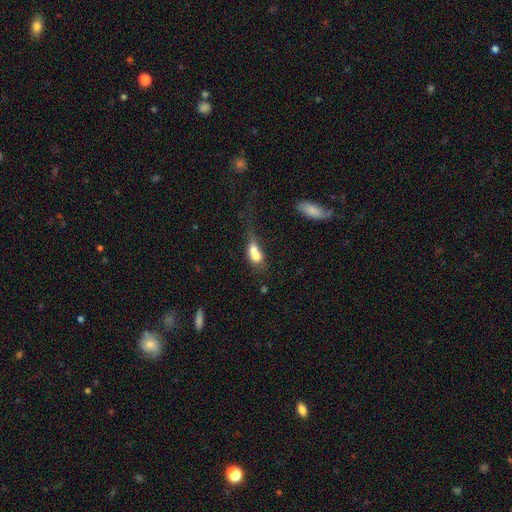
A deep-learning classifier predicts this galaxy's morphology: A smooth galaxy with no disk features (67%) that is in between round and cigar-shaped (64%). Merging: merger (58%).